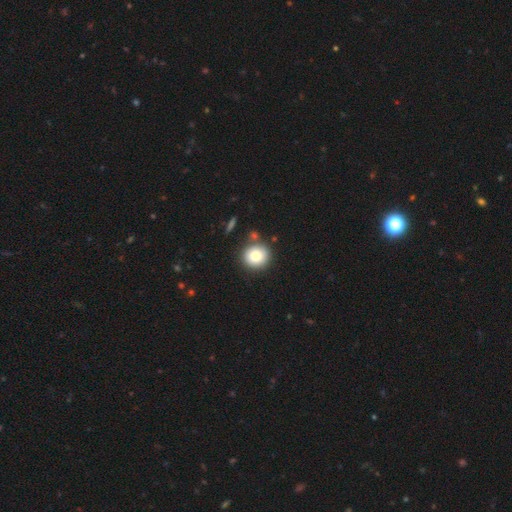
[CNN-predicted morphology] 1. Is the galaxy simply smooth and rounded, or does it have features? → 80% smooth, 11% featured or disk, 10% star or artifact.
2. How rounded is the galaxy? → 90% round, 9% in between, 1% cigar-shaped.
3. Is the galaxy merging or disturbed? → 79% none, 9% minor disturbance, 9% merger, 3% major disturbance.